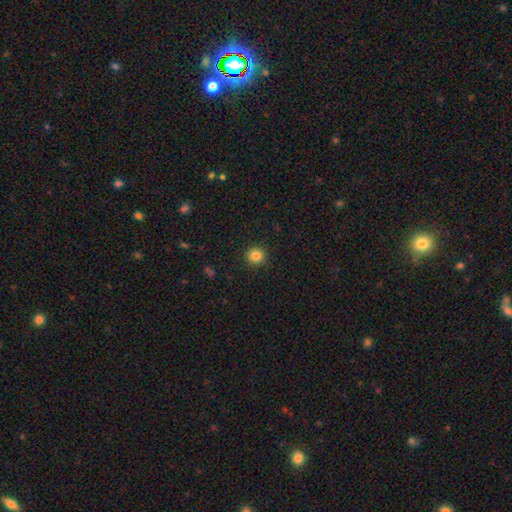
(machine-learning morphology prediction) This appears to be a smooth galaxy with no disk features (84%) that is round (94%). Merging: none (92%).